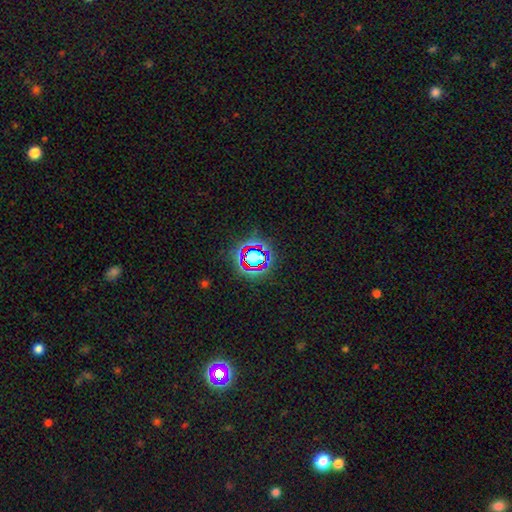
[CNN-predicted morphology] Smooth or featured? Predicted: star or artifact (p=0.60).